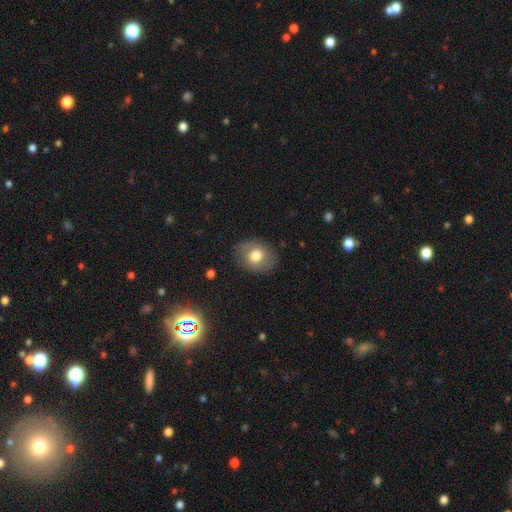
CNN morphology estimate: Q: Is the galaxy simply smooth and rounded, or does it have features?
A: smooth — 73%.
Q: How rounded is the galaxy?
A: round — 53%.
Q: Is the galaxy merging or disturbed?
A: none — 82%.